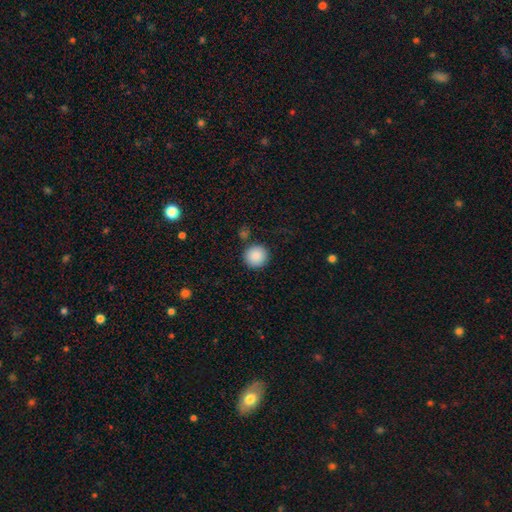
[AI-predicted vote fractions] This is clearly a smooth galaxy (89%). How rounded: clearly round (95%). Merging: clearly none (87%).